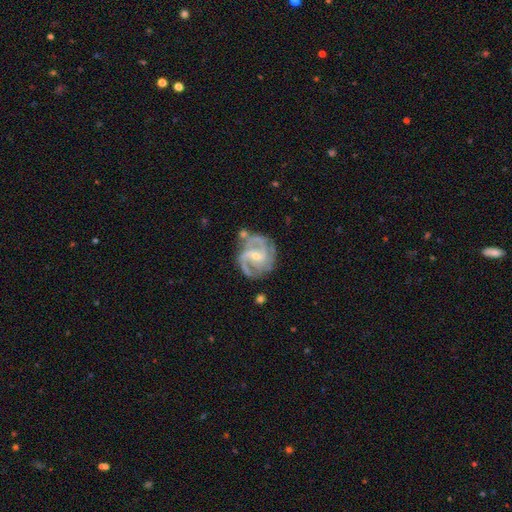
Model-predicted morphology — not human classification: Smooth or featured?
  - featured or disk: 89% *
  - star or artifact: 6%
  - smooth: 6%
Edge-on disk?
  - no: 98% *
  - yes: 2%
Bar?
  - no: 45% *
  - weak: 40%
  - strong: 15%
Spiral arms?
  - yes: 97% *
  - no: 3%
Spiral winding?
  - medium: 47% *
  - tight: 42%
  - loose: 11%
Spiral arm count?
  - 3: 38% *
  - 2: 33%
  - can't tell: 12%
  - 4: 8%
  - 1: 4%
  - more than 4: 4%
Bulge size?
  - small: 66% *
  - moderate: 30%
  - none: 2%
  - large: 1%
  - dominant: 1%
Merging?
  - none: 63% *
  - minor disturbance: 21%
  - major disturbance: 9%
  - merger: 7%